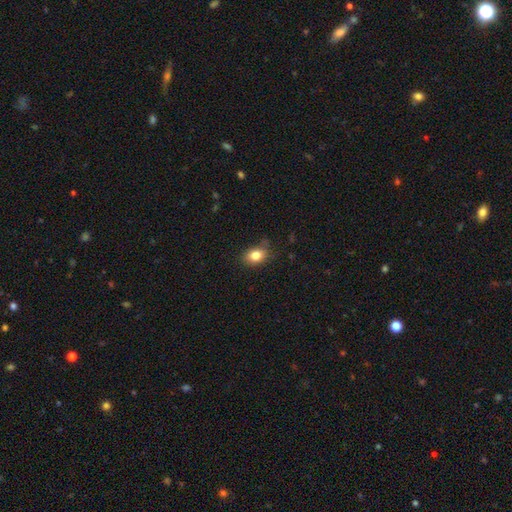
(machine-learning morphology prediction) type=smooth (82%); roundness=in between (70%); merging=none (71%).